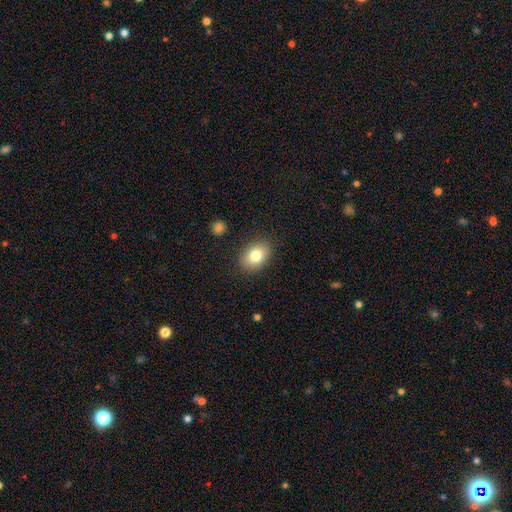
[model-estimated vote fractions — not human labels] A smooth galaxy with no disk features (82%) that is in between round and cigar-shaped (79%). Merging: none (87%).